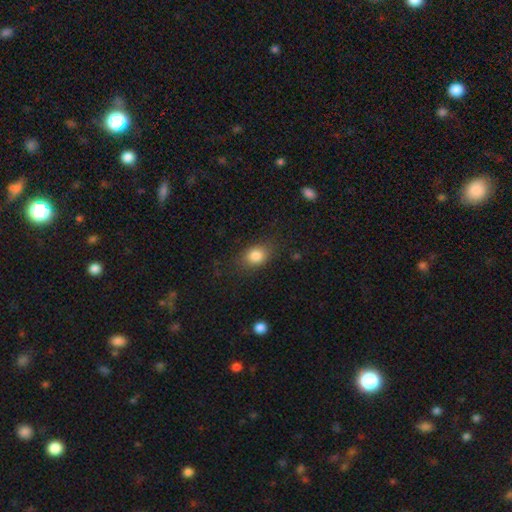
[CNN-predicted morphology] smooth-or-featured: smooth: 84% | star or artifact: 9% | featured or disk: 7%
  how-rounded: in between: 61% | round: 37% | cigar-shaped: 2%
  merging: none: 78% | minor disturbance: 15% | major disturbance: 5% | merger: 1%